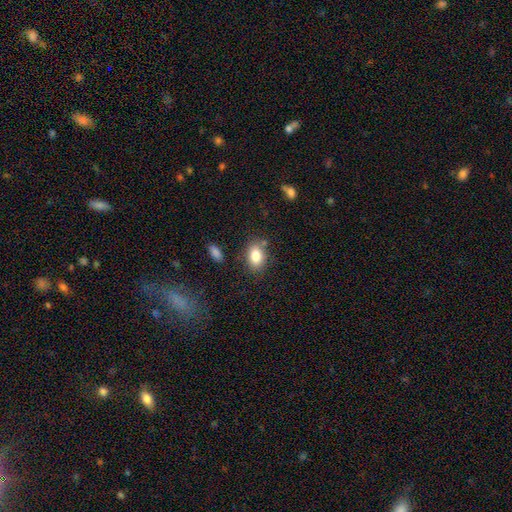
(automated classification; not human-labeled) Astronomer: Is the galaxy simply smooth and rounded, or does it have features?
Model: smooth — 83%.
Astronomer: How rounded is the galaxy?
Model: in between — 83%.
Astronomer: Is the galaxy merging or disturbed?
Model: none — 77%.